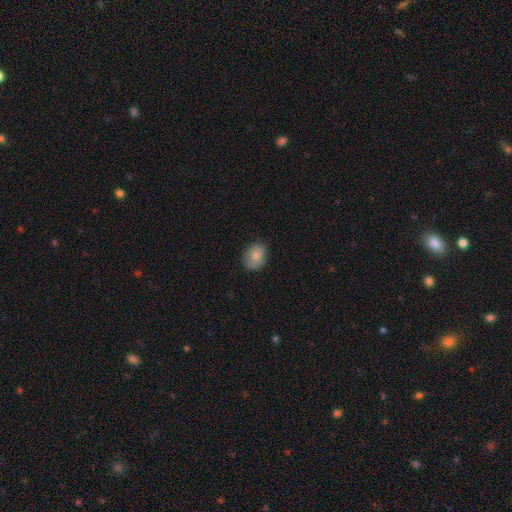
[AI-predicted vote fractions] A smooth galaxy with no disk features (81%) that is in between round and cigar-shaped (65%).

Vote fractions:
- Smooth or featured? smooth: 81% / featured or disk: 11% / star or artifact: 8%
- How rounded? in between: 65% / round: 34% / cigar-shaped: 1%
- Merging? none: 74% / minor disturbance: 21% / major disturbance: 4% / merger: 1%